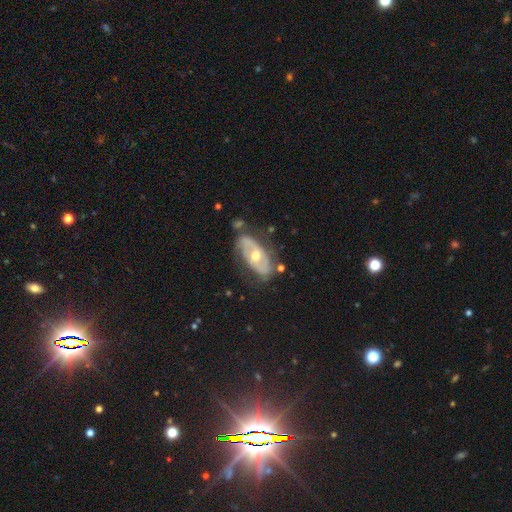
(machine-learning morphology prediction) Smooth or featured: featured or disk — 79% (smooth — 16%)
Edge-on disk: no — 92% (yes — 8%)
Bar: no — 60% (weak — 28%)
Spiral arms: yes — 79% (no — 21%)
Spiral winding: tight — 41% (medium — 38%)
Spiral arm count: 2 — 74% (can't tell — 17%)
Bulge size: moderate — 70% (small — 25%)
Merging: none — 65% (minor disturbance — 21%)